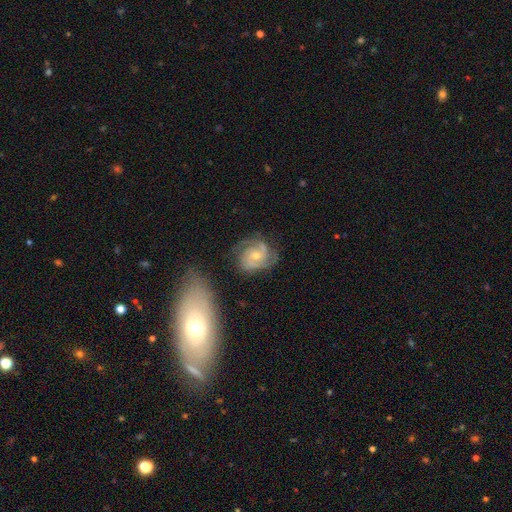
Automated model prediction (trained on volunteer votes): featured or disk 83%, smooth 10%, star or artifact 7%. Down the decision tree: edge-on disk — no (97%); bar — no (64%); spiral arms — yes (96%); spiral arm count — 2 (43%); spiral winding — tight (53%); bulge size — small (51%); merging — none (70%).